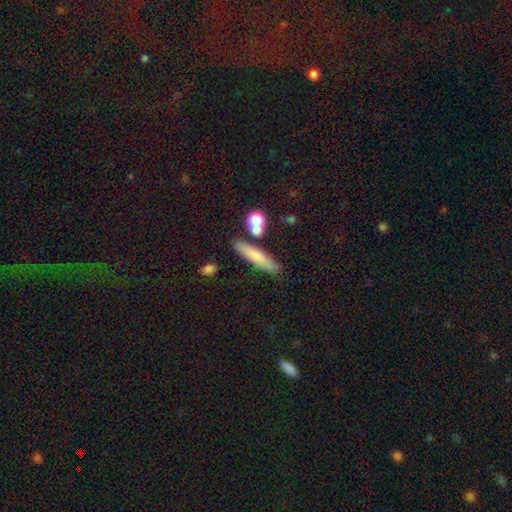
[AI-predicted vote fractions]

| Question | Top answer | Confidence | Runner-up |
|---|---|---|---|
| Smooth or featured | smooth | 71% | featured or disk (21%) |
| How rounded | cigar-shaped | 84% | in between (13%) |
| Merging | none | 79% | minor disturbance (10%) |